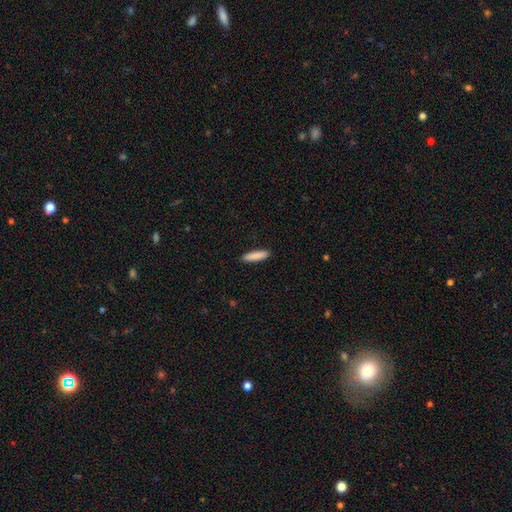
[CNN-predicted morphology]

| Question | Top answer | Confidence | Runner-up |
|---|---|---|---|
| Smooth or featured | smooth | 87% | featured or disk (8%) |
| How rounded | cigar-shaped | 79% | in between (20%) |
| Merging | none | 90% | minor disturbance (7%) |